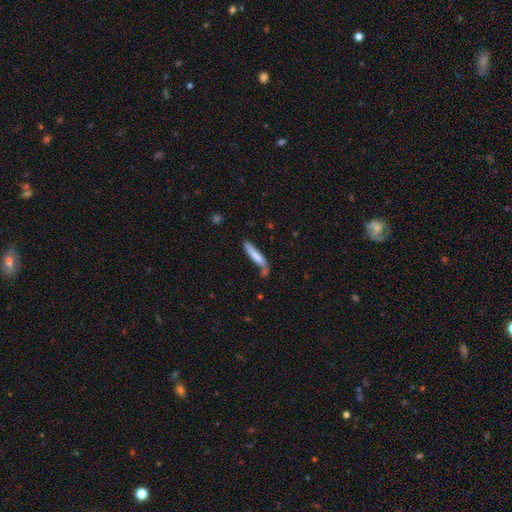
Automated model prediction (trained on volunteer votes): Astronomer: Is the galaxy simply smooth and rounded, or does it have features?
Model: smooth — 75%.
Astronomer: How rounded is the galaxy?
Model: cigar-shaped — 90%.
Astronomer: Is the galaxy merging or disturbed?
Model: none — 62%.